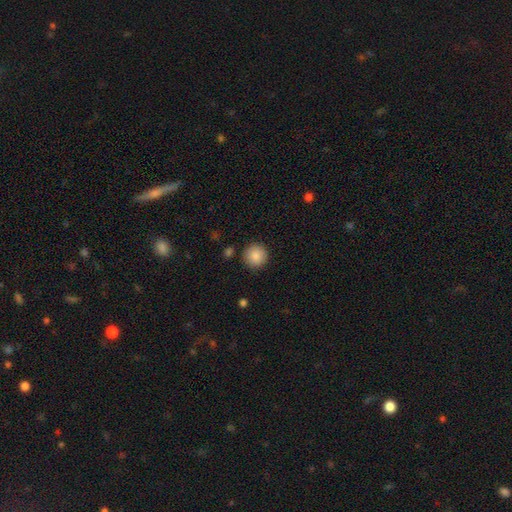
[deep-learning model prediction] Q: Smooth or featured?
A: smooth (87%); runner-up: star or artifact (8%)
Q: How rounded?
A: round (95%); runner-up: in between (4%)
Q: Merging?
A: none (90%); runner-up: minor disturbance (6%)